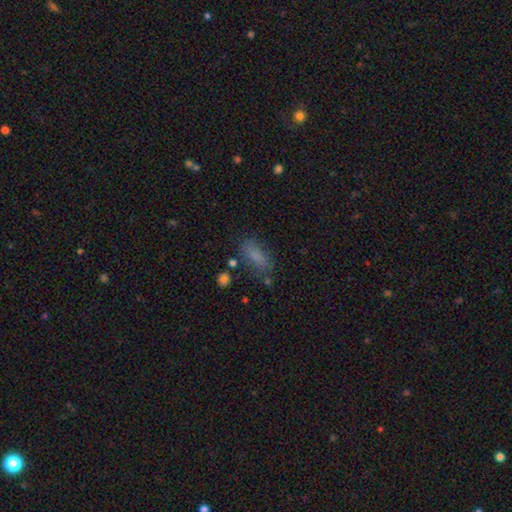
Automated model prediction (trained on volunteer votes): Overall: smooth (78%). How rounded: in between (78%). Merging: none (74%).